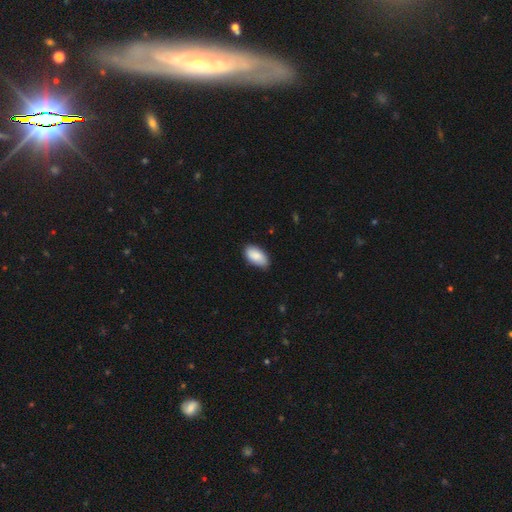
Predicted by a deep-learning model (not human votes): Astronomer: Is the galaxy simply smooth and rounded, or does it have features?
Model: smooth — 88%.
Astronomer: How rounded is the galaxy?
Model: in between — 95%.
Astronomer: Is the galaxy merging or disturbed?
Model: none — 81%.